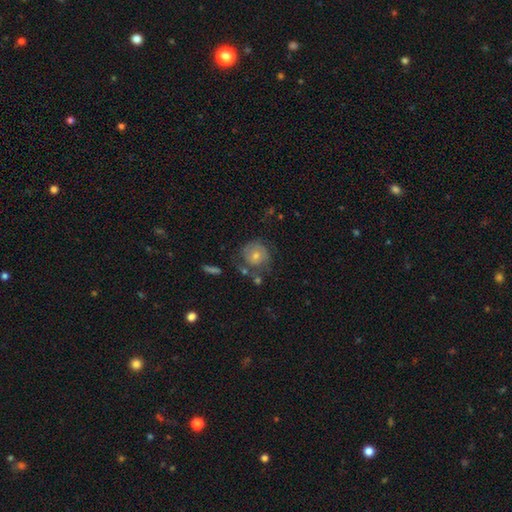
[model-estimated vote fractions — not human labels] A featured or disk galaxy (51%). Merging: none (64%).